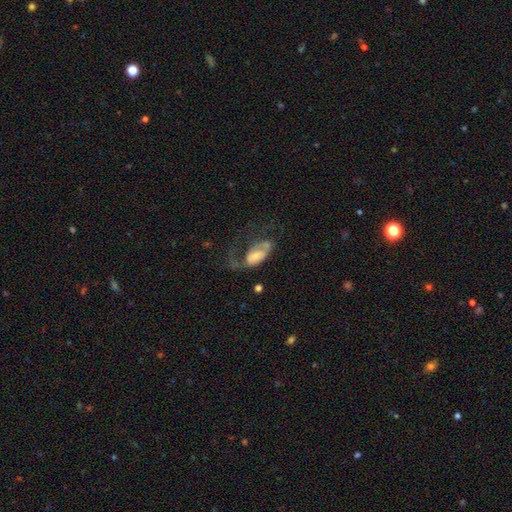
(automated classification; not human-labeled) smooth 47%, featured or disk 45%, star or artifact 8%. Down the decision tree: merging — major disturbance (53%).